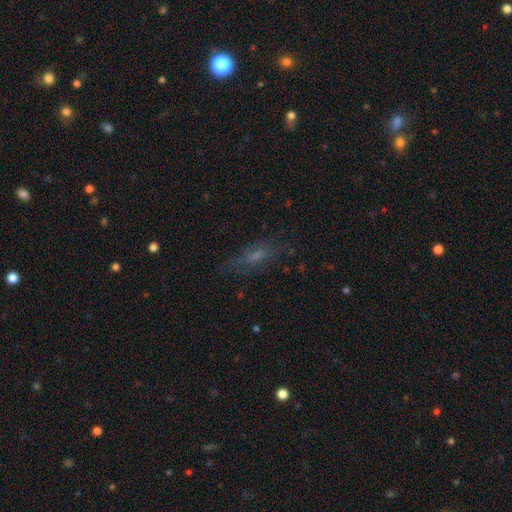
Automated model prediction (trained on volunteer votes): Overall: smooth (45%; featured or disk 35%). Merging: none (66%).